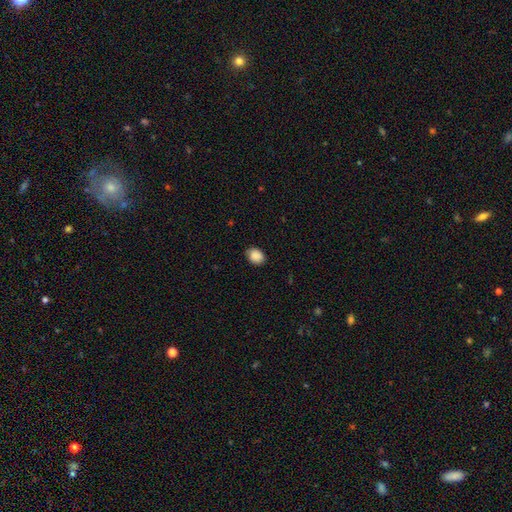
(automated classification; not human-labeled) Smooth or featured? smooth (89%)
How rounded? in between (59%)
Merging? none (84%)